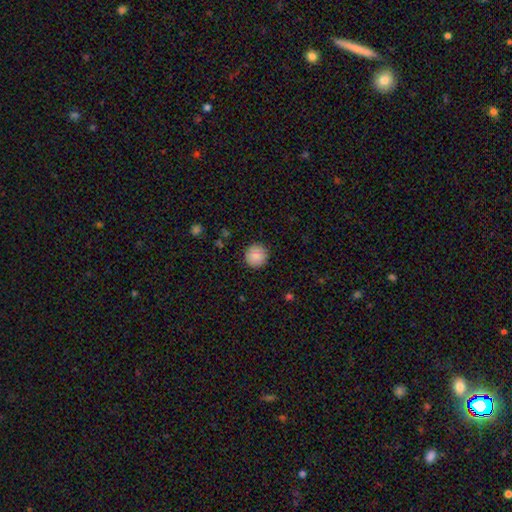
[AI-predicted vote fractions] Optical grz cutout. It shows a smooth galaxy with no disk features (88%) that is round (96%). Merging: none (92%).